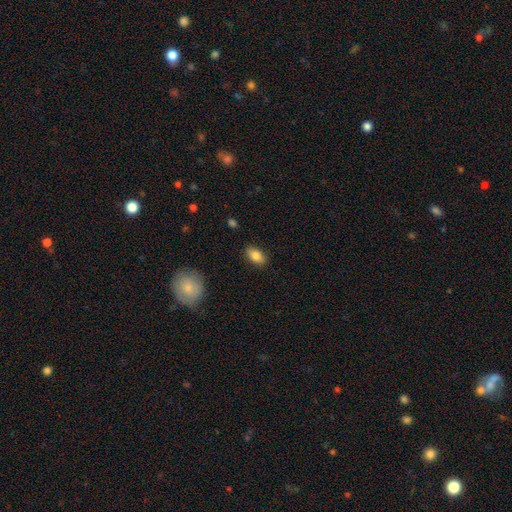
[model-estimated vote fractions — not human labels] Smooth or featured? Predicted: smooth (p=0.84). How rounded? Predicted: in between (p=0.89). Merging? Predicted: none (p=0.87).